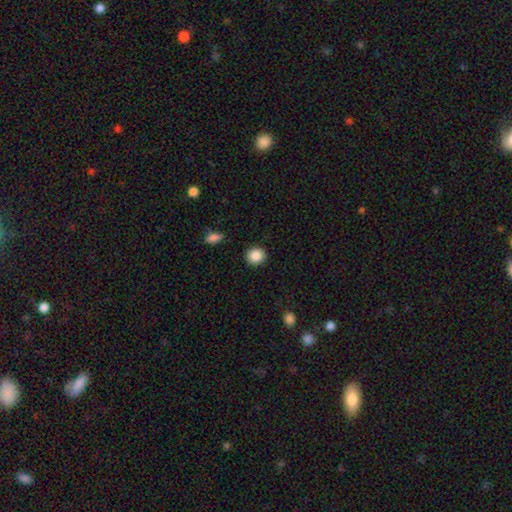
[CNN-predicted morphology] Q: Smooth or featured?
A: smooth (87%); runner-up: star or artifact (9%)
Q: How rounded?
A: round (85%); runner-up: in between (14%)
Q: Merging?
A: none (91%); runner-up: minor disturbance (6%)